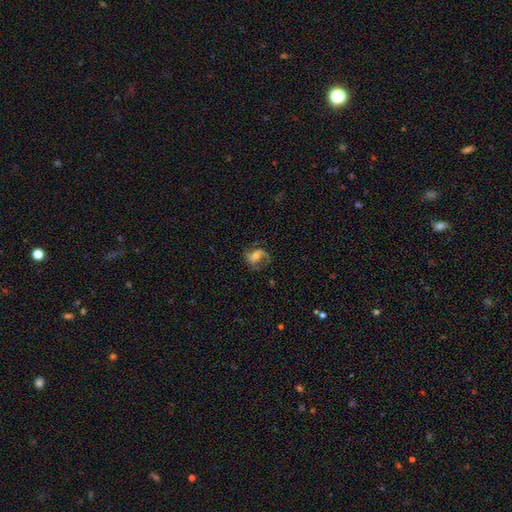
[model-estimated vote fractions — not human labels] A featured or disk galaxy (60%) with no bar (44%), spiral arms (85%) and a moderate central bulge (56%). Merging: none (58%).